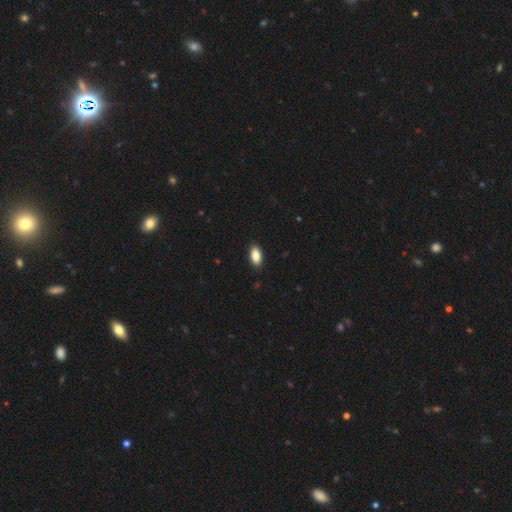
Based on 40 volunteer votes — smooth 90%, featured or disk 5%, star or artifact 5%. Down the decision tree: how rounded — in between (78%); merging — none (89%).